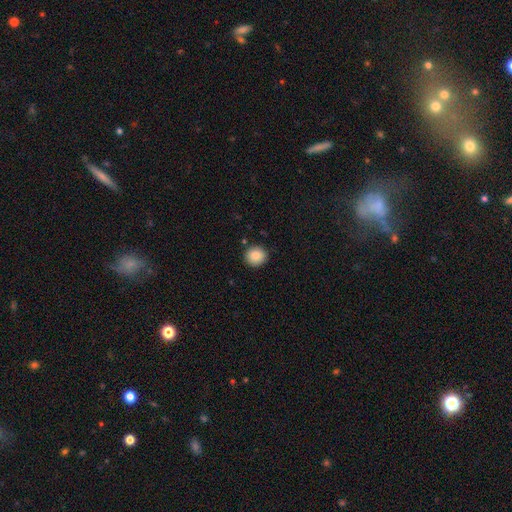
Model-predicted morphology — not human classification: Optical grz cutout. It shows a smooth galaxy with no disk features (87%) that is round (90%). Merging: none (90%).